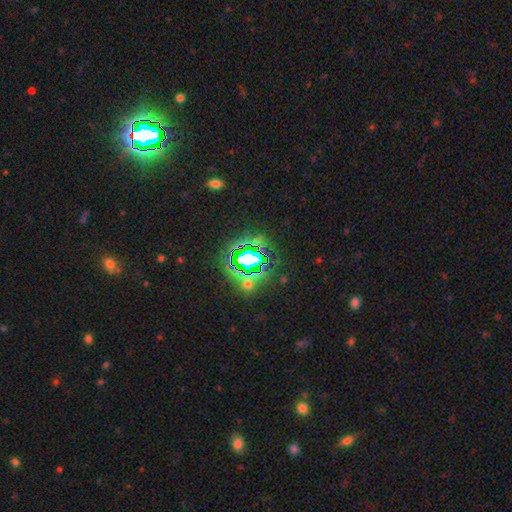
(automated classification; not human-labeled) Smooth or featured? Predicted: star or artifact (p=0.77).